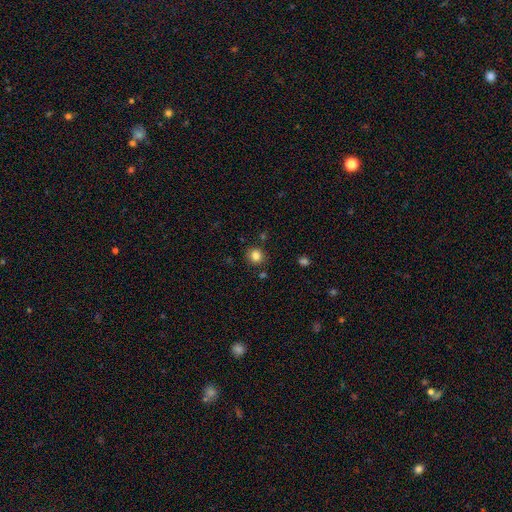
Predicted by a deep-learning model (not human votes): Smooth or featured? Predicted: smooth (p=0.83). How rounded? Predicted: round (p=0.88). Merging? Predicted: none (p=0.87).